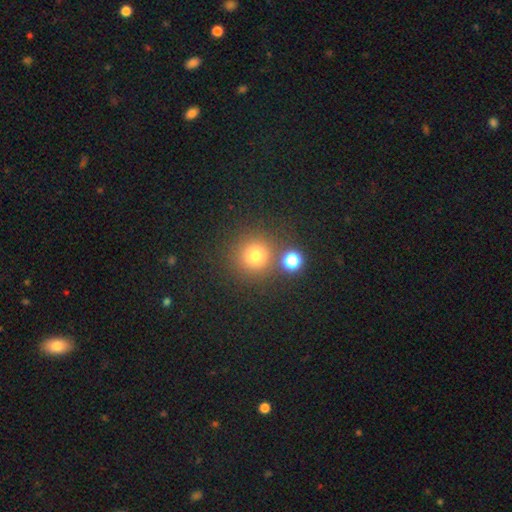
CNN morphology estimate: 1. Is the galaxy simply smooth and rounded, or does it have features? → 72% smooth, 20% star or artifact, 8% featured or disk.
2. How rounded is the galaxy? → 94% round, 5% in between, 1% cigar-shaped.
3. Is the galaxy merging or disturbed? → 79% none, 10% merger, 7% minor disturbance, 4% major disturbance.